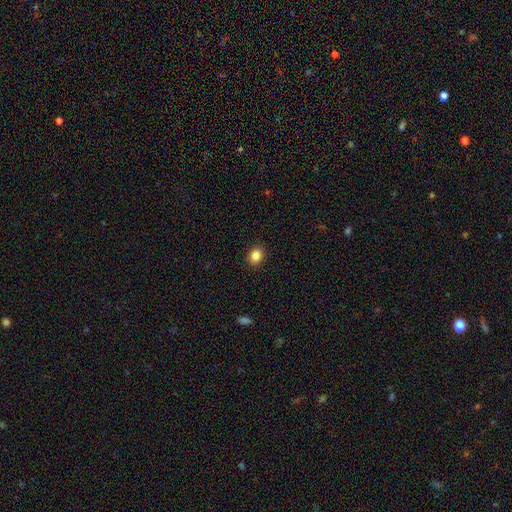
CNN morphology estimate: smooth-or-featured: smooth: 85% | star or artifact: 10% | featured or disk: 5%
  how-rounded: round: 51% | in between: 48% | cigar-shaped: 1%
  merging: none: 90% | minor disturbance: 7% | major disturbance: 2% | merger: 1%